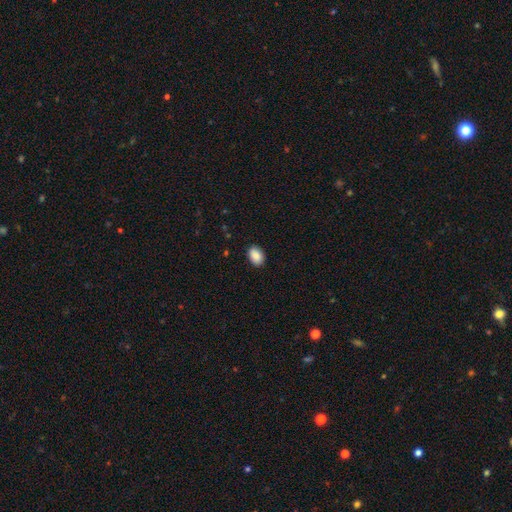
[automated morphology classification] smooth-or-featured: smooth: 88% | star or artifact: 7% | featured or disk: 4%
  how-rounded: in between: 82% | round: 17% | cigar-shaped: 1%
  merging: none: 89% | minor disturbance: 8% | major disturbance: 2% | merger: 1%